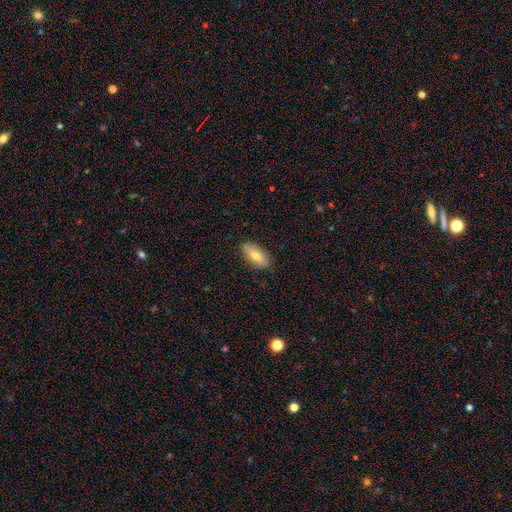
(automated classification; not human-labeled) Morphology: type=smooth (75%); roundness=in between (85%); merging=none (84%).